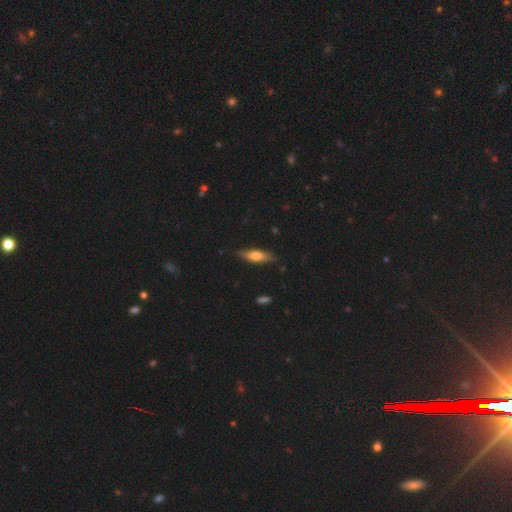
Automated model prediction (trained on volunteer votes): A smooth galaxy with no disk features (64%) that is cigar-shaped (63%).

Vote fractions:
- Smooth or featured? smooth: 64% / featured or disk: 30% / star or artifact: 6%
- How rounded? cigar-shaped: 63% / in between: 36% / round: 2%
- Merging? none: 83% / minor disturbance: 13% / major disturbance: 2% / merger: 1%